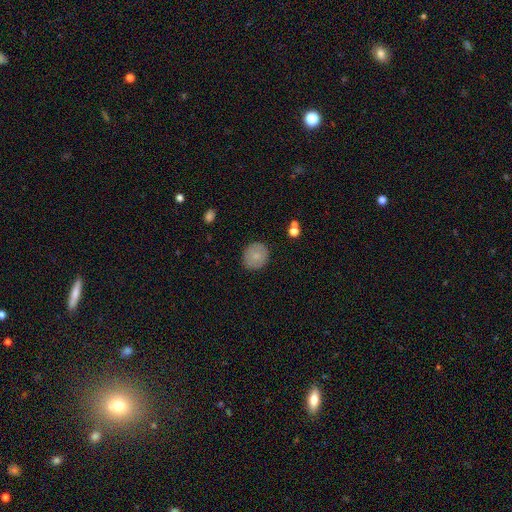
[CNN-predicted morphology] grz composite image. It shows a smooth galaxy with no disk features (77%) that is round (84%). Merging: none (88%).